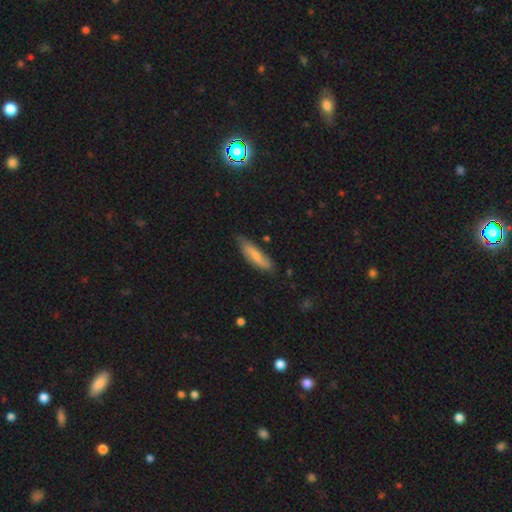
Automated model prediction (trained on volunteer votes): smooth-or-featured: smooth: 63% | featured or disk: 30% | star or artifact: 6%
  how-rounded: cigar-shaped: 64% | in between: 34% | round: 2%
  merging: none: 73% | minor disturbance: 22% | major disturbance: 4% | merger: 2%